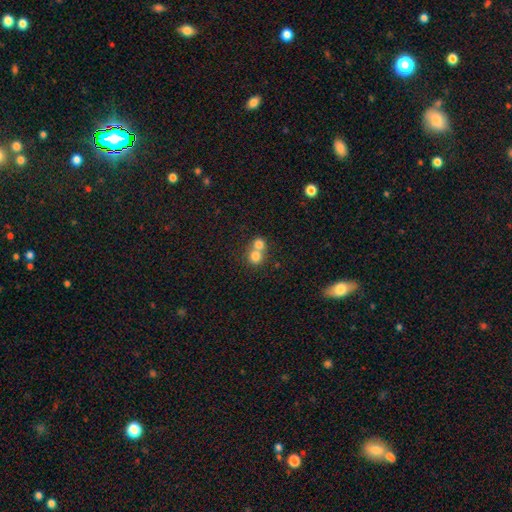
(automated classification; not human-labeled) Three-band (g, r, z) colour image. It shows a smooth galaxy with no disk features (77%) that is round (85%). Merging: merger (61%).